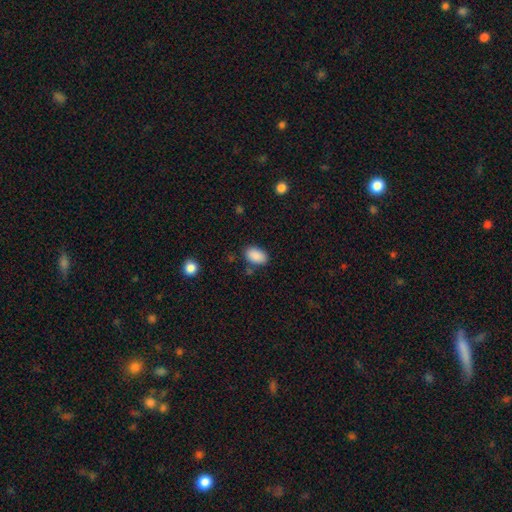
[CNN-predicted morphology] Smooth or featured?
  - smooth: 89% *
  - star or artifact: 7%
  - featured or disk: 3%
How rounded?
  - in between: 91% *
  - round: 7%
  - cigar-shaped: 1%
Merging?
  - none: 81% *
  - minor disturbance: 13%
  - major disturbance: 4%
  - merger: 3%